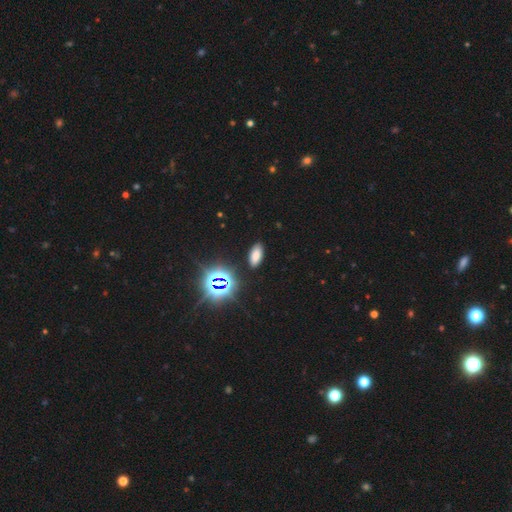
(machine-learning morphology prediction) Smooth or featured: smooth — 68% (star or artifact — 25%)
How rounded: in between — 86% (cigar-shaped — 10%)
Merging: none — 89% (minor disturbance — 7%)